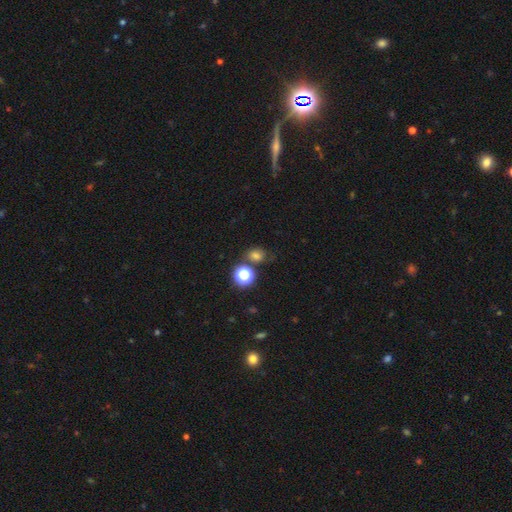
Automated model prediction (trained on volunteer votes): Smooth or featured? smooth (68%)
How rounded? round (62%)
Merging? none (68%)